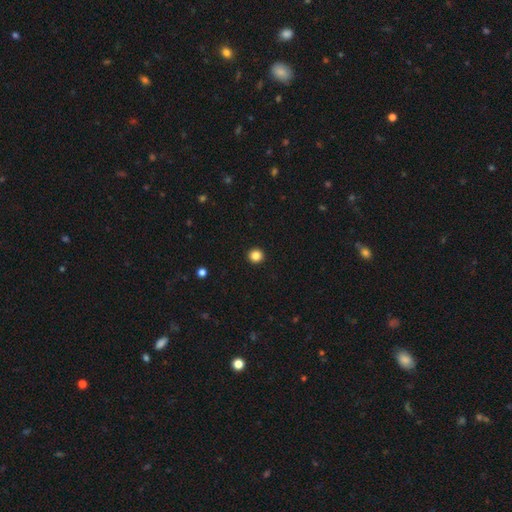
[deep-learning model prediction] The model was most divided on "smooth or featured": smooth: 85%, star or artifact: 11%, featured or disk: 4%. More confident: how rounded — round (96%); merging — none (94%).